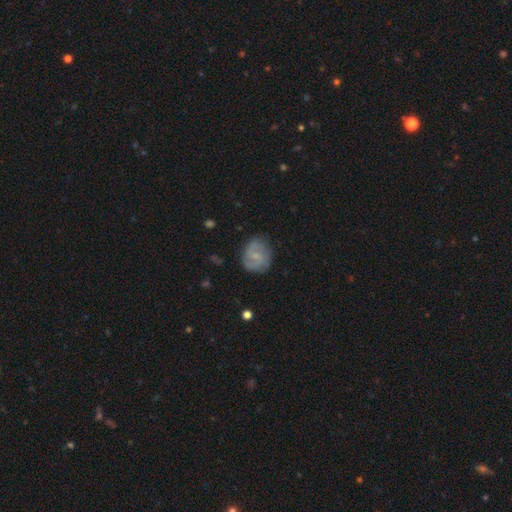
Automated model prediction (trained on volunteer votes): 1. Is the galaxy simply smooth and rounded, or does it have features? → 61% featured or disk, 32% smooth, 7% star or artifact.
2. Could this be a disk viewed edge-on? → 98% no, 2% yes.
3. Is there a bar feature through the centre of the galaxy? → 49% no, 44% weak, 7% strong.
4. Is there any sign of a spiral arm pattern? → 87% yes, 13% no.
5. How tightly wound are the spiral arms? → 46% medium, 34% tight, 20% loose.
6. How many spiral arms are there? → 70% 2, 16% can't tell, 7% 3, 3% 1, 2% 4, 2% more than 4.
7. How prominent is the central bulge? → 65% small, 21% moderate, 12% none, 1% large, 1% dominant.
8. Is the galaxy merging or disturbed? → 72% none, 20% minor disturbance, 7% major disturbance, 1% merger.